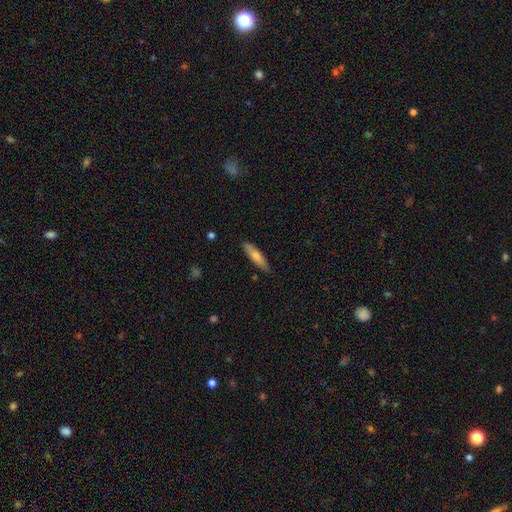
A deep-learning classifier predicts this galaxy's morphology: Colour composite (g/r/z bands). It shows a smooth galaxy with no disk features (64%) that is cigar-shaped (79%). Merging: none (86%).